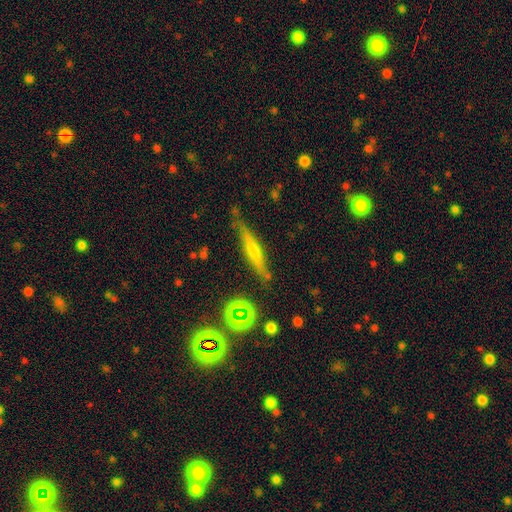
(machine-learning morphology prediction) This appears to be a featured or disk galaxy (53%) viewed edge-on (92%). Merging: none (76%).